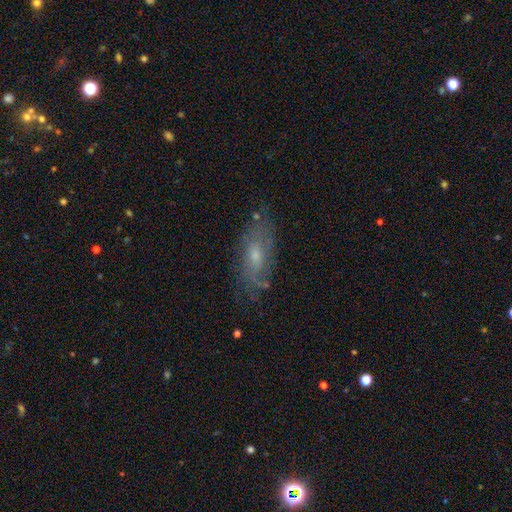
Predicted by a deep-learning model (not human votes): Smooth or featured: featured or disk — 60% (smooth — 29%)
Edge-on disk: no — 83% (yes — 17%)
Merging: none — 73% (minor disturbance — 18%)